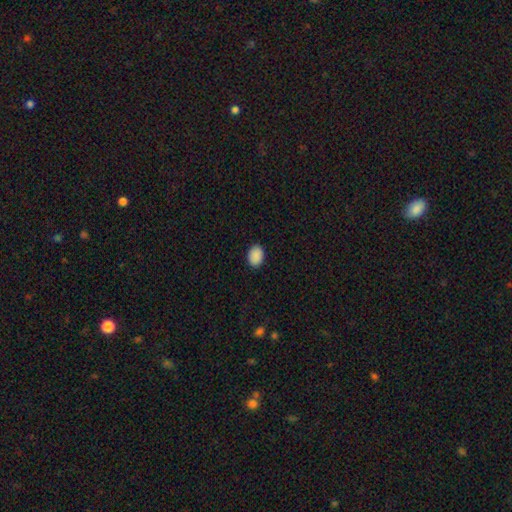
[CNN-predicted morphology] Smooth or featured? smooth (90%)
How rounded? in between (74%)
Merging? none (90%)